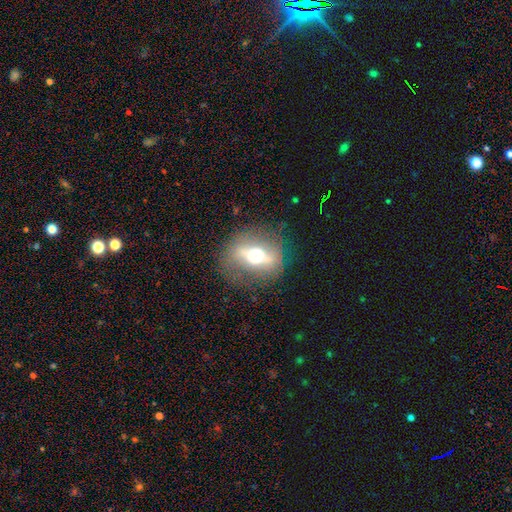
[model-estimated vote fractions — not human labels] This appears to be a featured or disk galaxy (64%). Merging: none (79%).